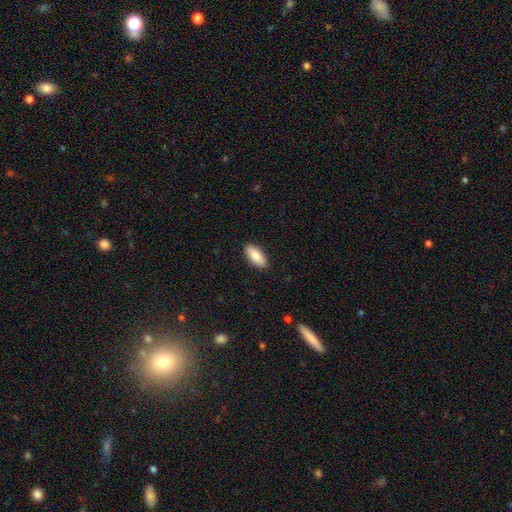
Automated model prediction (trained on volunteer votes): Smooth or featured?
  - smooth: 87% *
  - featured or disk: 7%
  - star or artifact: 6%
How rounded?
  - in between: 87% *
  - cigar-shaped: 12%
  - round: 2%
Merging?
  - none: 89% *
  - minor disturbance: 8%
  - major disturbance: 2%
  - merger: 1%